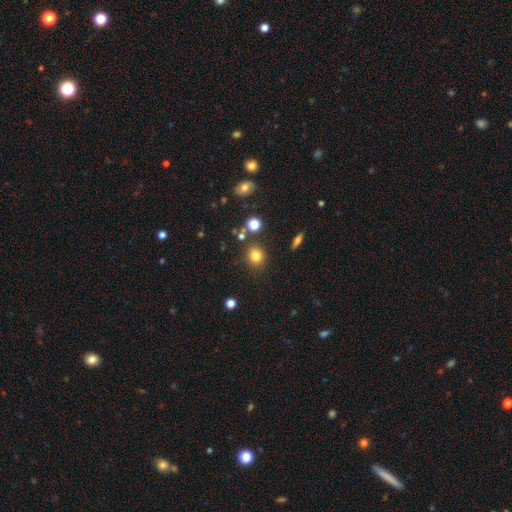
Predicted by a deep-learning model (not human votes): Q: Smooth or featured?
A: smooth (79%); runner-up: star or artifact (14%)
Q: How rounded?
A: round (75%); runner-up: in between (23%)
Q: Merging?
A: none (82%); runner-up: minor disturbance (10%)